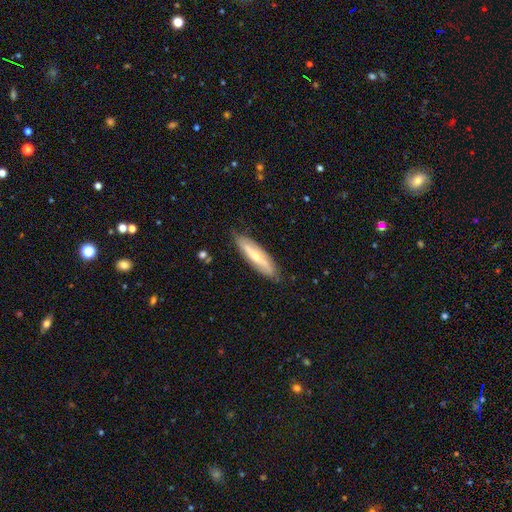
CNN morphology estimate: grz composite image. It shows a featured or disk galaxy (56%) viewed edge-on (59%). Merging: none (84%).